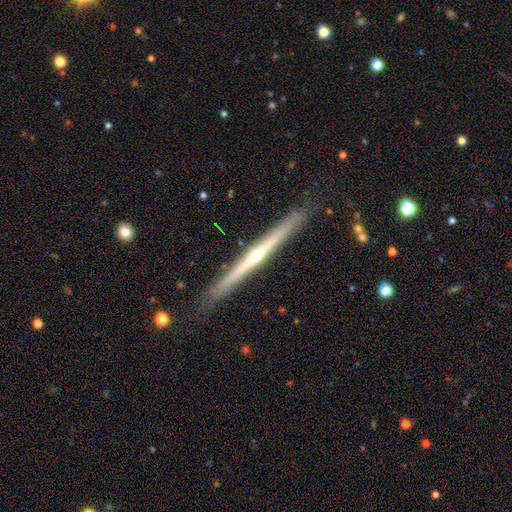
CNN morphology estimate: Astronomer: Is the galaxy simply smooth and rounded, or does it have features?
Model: featured or disk — 80%.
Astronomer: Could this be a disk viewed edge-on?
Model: yes — 98%.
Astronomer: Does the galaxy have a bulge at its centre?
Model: rounded — 73%.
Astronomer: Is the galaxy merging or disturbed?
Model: none — 89%.